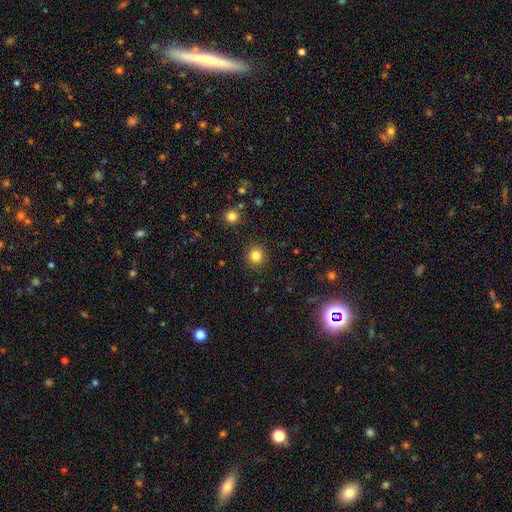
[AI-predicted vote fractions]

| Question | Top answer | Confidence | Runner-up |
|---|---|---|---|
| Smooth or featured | smooth | 83% | star or artifact (12%) |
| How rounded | round | 91% | in between (8%) |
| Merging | none | 91% | minor disturbance (6%) |